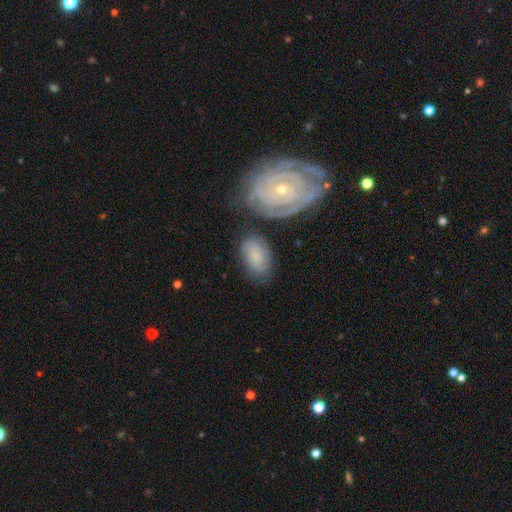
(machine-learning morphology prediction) Overall: featured or disk (48%; smooth 44%). Merging: none (63%).